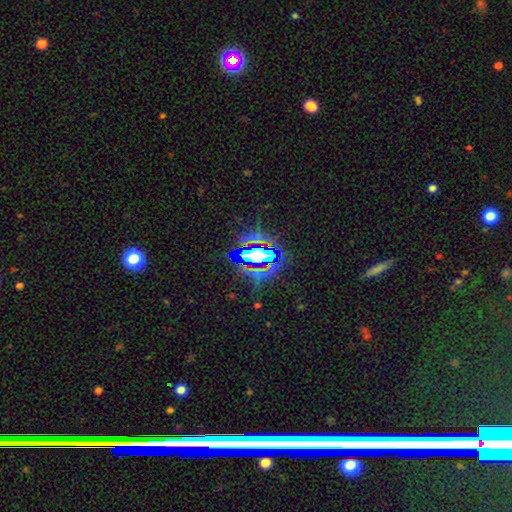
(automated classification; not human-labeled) Smooth or featured? Predicted: star or artifact (p=0.70).